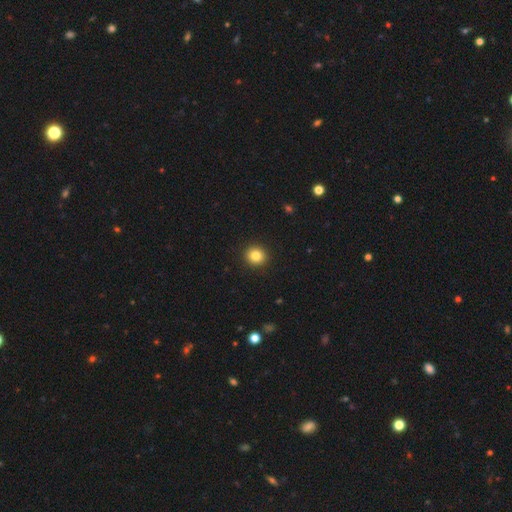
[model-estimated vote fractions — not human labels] smooth-or-featured: smooth: 83% | star or artifact: 11% | featured or disk: 6%
  how-rounded: round: 92% | in between: 7% | cigar-shaped: 1%
  merging: none: 93% | minor disturbance: 5% | major disturbance: 2% | merger: 1%